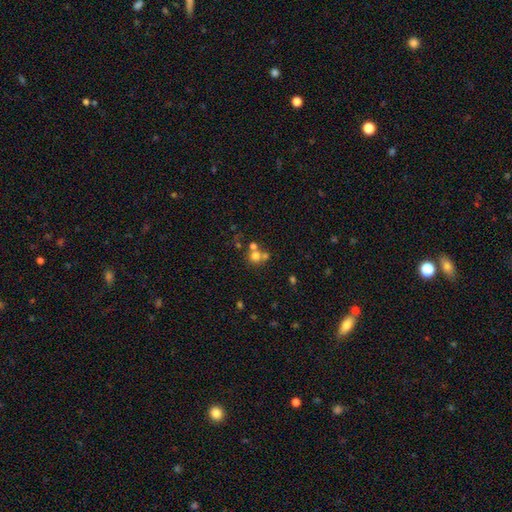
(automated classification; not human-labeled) A smooth galaxy with no disk features (66%) that is round (86%).

Vote fractions:
- Smooth or featured? smooth: 66% / featured or disk: 17% / star or artifact: 17%
- How rounded? round: 86% / in between: 13% / cigar-shaped: 1%
- Merging? merger: 46% / none: 43% / minor disturbance: 7% / major disturbance: 4%